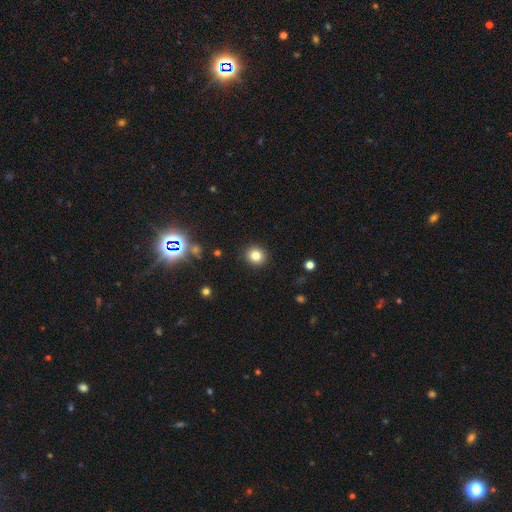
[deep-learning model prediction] This is clearly a smooth galaxy (81%). How rounded: clearly round (89%). Merging: clearly none (91%).